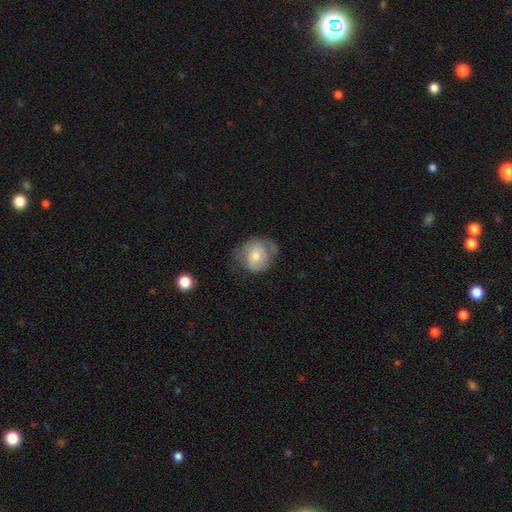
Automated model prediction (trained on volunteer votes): A smooth galaxy with no disk features (58%) that is round (67%). Merging: none (46%).